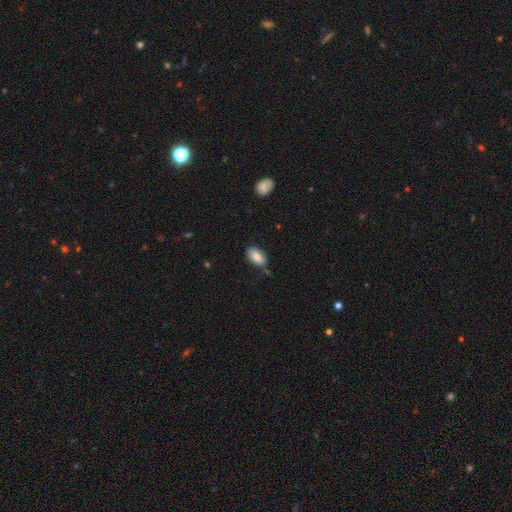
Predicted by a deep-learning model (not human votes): Overall: smooth (82%). How rounded: in between (93%). Merging: none (74%).